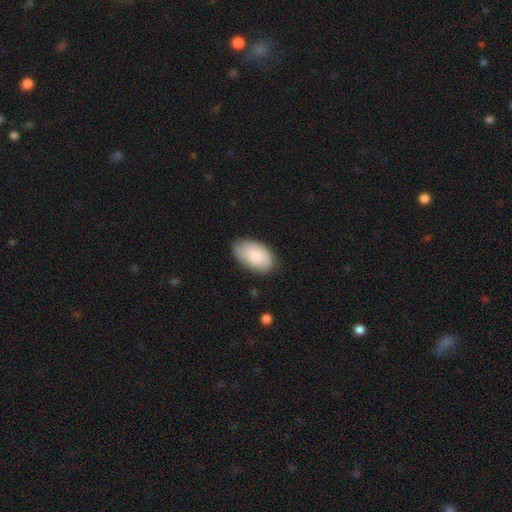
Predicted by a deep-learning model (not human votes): A smooth galaxy with no disk features (84%) that is in between round and cigar-shaped (95%).

Vote fractions:
- Smooth or featured? smooth: 84% / featured or disk: 11% / star or artifact: 6%
- How rounded? in between: 95% / round: 4% / cigar-shaped: 1%
- Merging? none: 76% / minor disturbance: 19% / major disturbance: 3% / merger: 1%